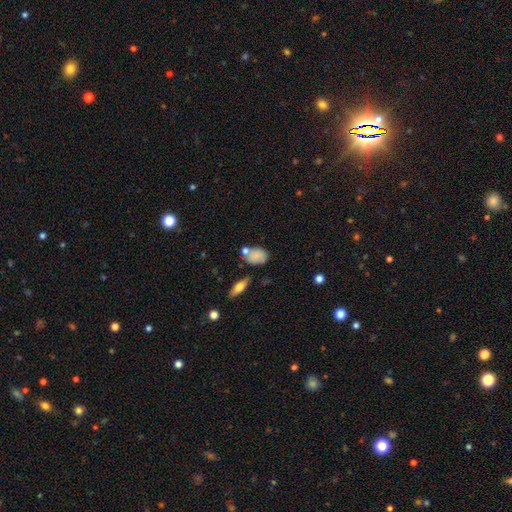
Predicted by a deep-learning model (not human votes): Smooth or featured? smooth (79%)
How rounded? in between (68%)
Merging? none (56%)